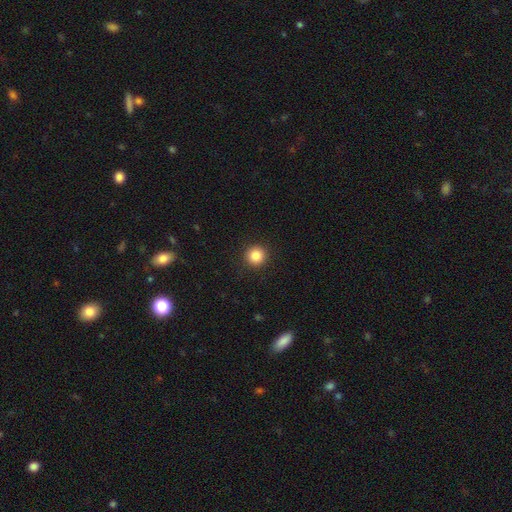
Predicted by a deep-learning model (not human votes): A smooth galaxy with no disk features (85%) that is round (95%).

Vote fractions:
- Smooth or featured? smooth: 85% / star or artifact: 10% / featured or disk: 4%
- How rounded? round: 95% / in between: 4% / cigar-shaped: 1%
- Merging? none: 92% / minor disturbance: 5% / major disturbance: 2% / merger: 1%